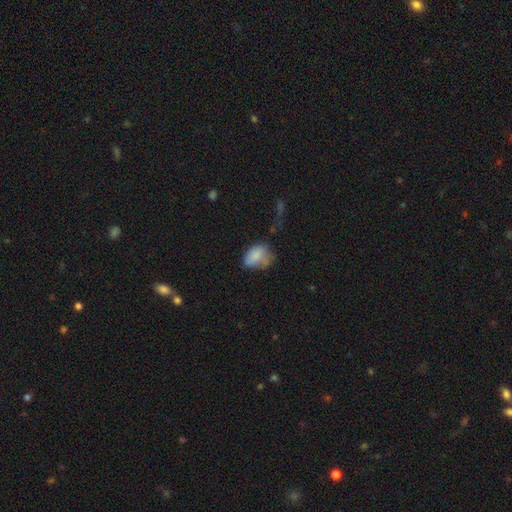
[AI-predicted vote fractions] This appears to be a smooth galaxy with no disk features (78%) that is in between round and cigar-shaped (75%). Merging: none (37%).